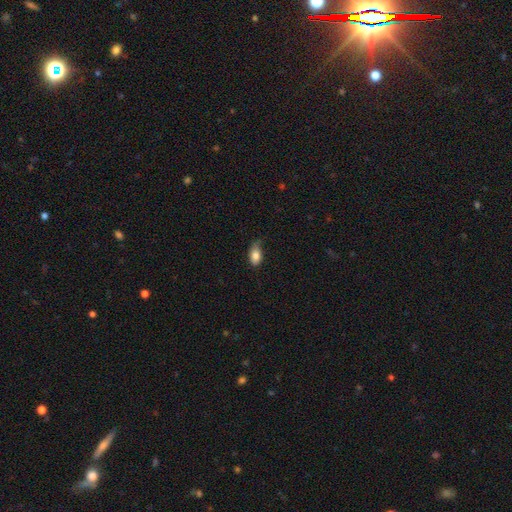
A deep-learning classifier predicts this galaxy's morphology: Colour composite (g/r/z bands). It shows a smooth galaxy with no disk features (83%) that is in between round and cigar-shaped (89%). Merging: none (45%).